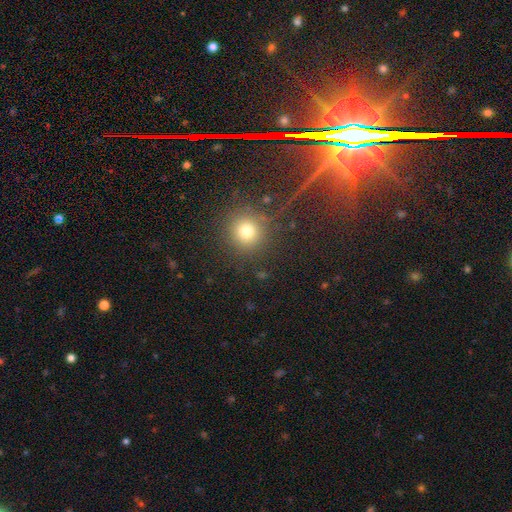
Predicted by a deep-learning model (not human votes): This is marginally a star or artifact rather than a galaxy (44%).